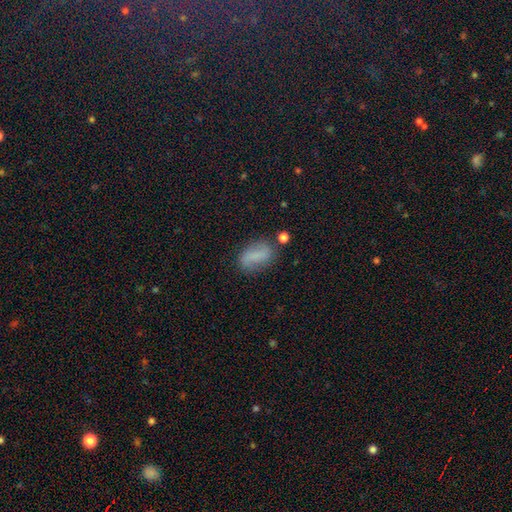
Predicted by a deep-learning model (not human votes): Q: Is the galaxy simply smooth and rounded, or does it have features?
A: smooth — 64%.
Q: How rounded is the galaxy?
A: in between — 84%.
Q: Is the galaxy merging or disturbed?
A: none — 68%.